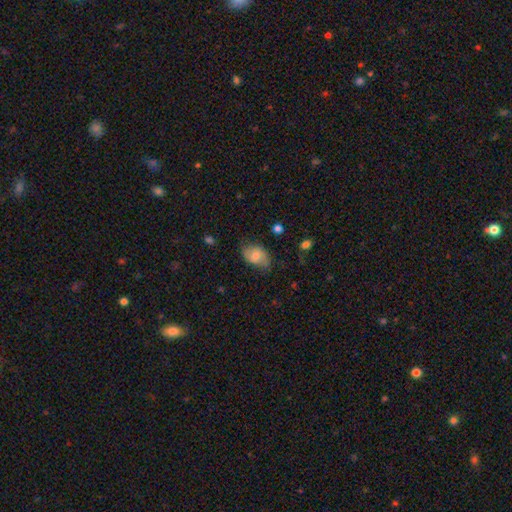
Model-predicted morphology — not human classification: A smooth galaxy with no disk features (67%) that is in between round and cigar-shaped (85%). Merging: none (65%).